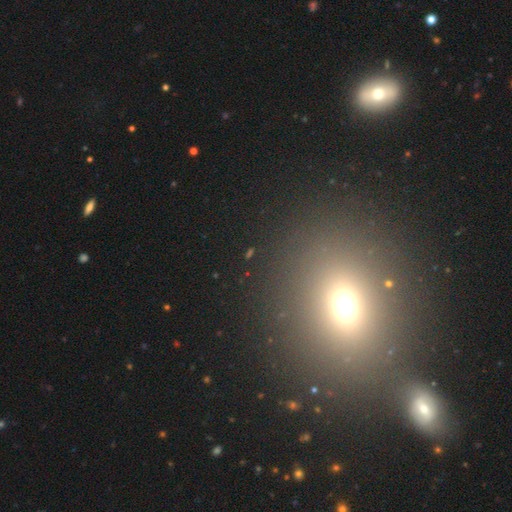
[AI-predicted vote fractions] Smooth or featured? smooth (50%)
How rounded? round (57%)
Merging? none (84%)